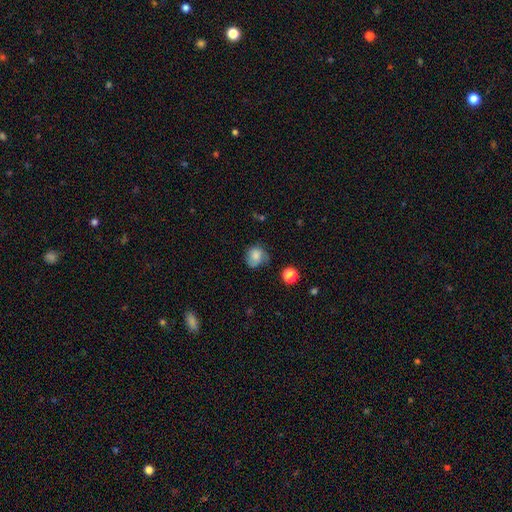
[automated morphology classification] Q: Smooth or featured?
A: smooth (72%); runner-up: featured or disk (18%)
Q: How rounded?
A: round (75%); runner-up: in between (24%)
Q: Merging?
A: none (56%); runner-up: minor disturbance (30%)